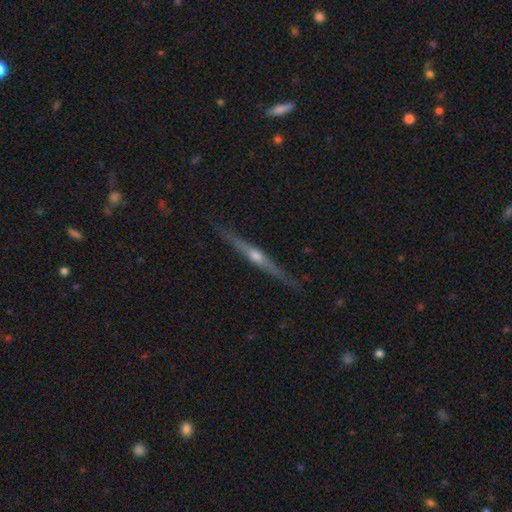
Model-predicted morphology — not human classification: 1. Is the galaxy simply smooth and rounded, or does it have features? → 84% featured or disk, 10% smooth, 6% star or artifact.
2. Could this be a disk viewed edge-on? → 98% yes, 2% no.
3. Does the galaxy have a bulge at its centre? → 91% rounded, 6% none, 4% boxy.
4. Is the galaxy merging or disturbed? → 90% none, 7% minor disturbance, 1% major disturbance, 1% merger.